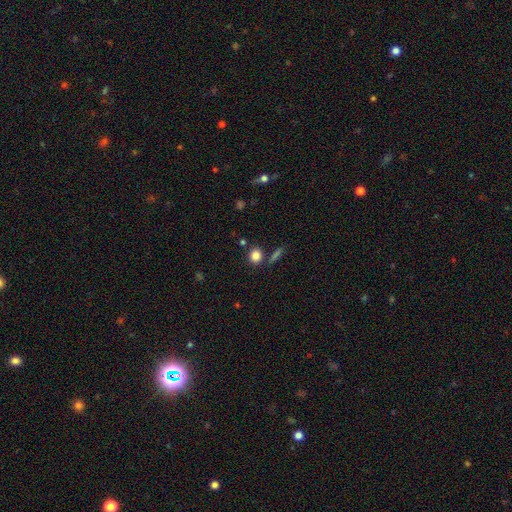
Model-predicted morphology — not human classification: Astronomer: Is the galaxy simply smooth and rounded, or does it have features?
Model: smooth — 84%.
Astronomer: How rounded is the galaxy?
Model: round — 77%.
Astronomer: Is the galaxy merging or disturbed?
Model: none — 80%.